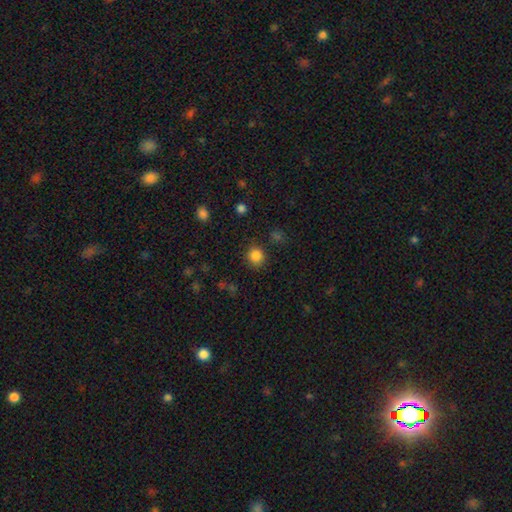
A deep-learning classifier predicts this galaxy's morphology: smooth_or_featured: smooth (p=0.84) [alt: star or artifact p=0.12]
how_rounded: round (p=0.87) [alt: in between p=0.12]
merging: none (p=0.86) [alt: minor disturbance p=0.09]